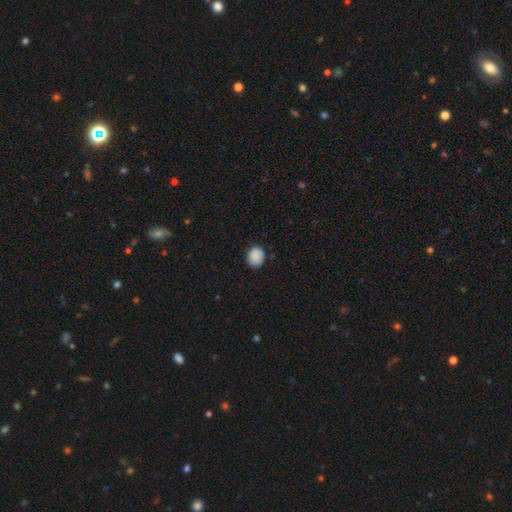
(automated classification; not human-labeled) Smooth or featured? Predicted: smooth (p=0.88). How rounded? Predicted: round (p=0.62). Merging? Predicted: none (p=0.82).